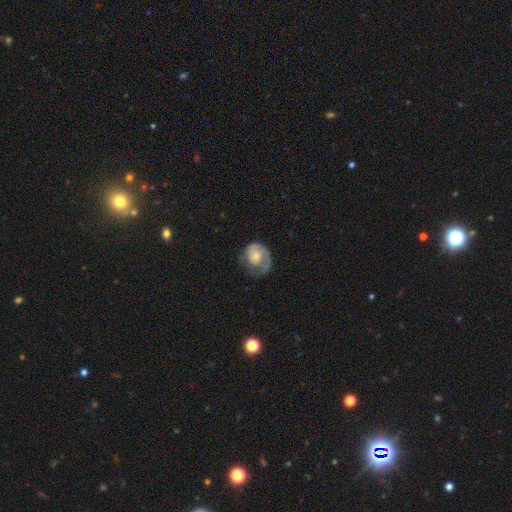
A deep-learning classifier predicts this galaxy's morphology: A featured or disk galaxy (60%) with no bar (77%), spiral arms (82%) and a small central bulge (48%).

Vote fractions:
- Smooth or featured? featured or disk: 60% / smooth: 33% / star or artifact: 6%
- Edge-on disk? no: 97% / yes: 3%
- Bar? no: 77% / weak: 20% / strong: 3%
- Spiral arms? yes: 82% / no: 18%
- Bulge size? small: 48% / moderate: 43% / large: 4% / none: 4% / dominant: 1%
- Merging? none: 44% / major disturbance: 29% / minor disturbance: 25% / merger: 2%